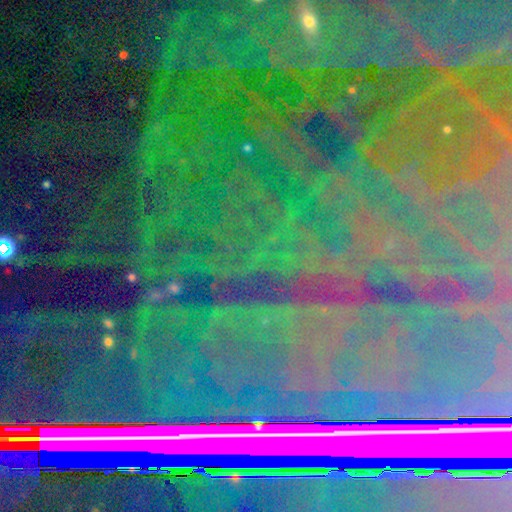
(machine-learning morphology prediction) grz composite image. It shows a star or artifact, not a galaxy (85%).